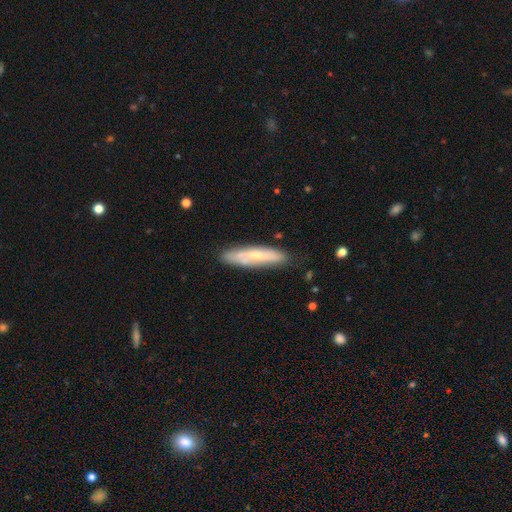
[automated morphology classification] Smooth or featured? featured or disk (47%)
Merging? none (76%)